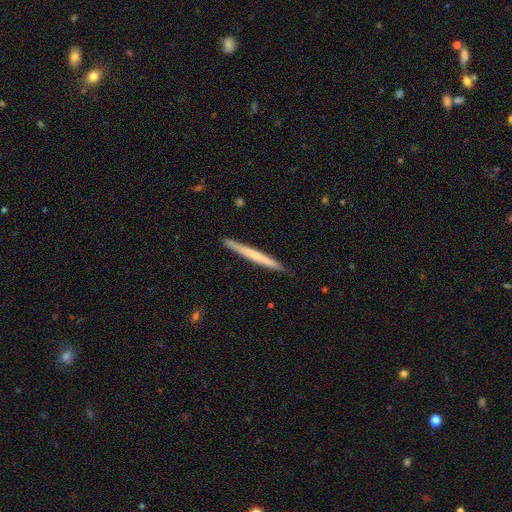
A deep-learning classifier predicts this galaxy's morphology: smooth_or_featured: smooth (p=0.55) [alt: featured or disk p=0.40]
how_rounded: cigar-shaped (p=0.97) [alt: in between p=0.02]
merging: none (p=0.90) [alt: minor disturbance p=0.07]